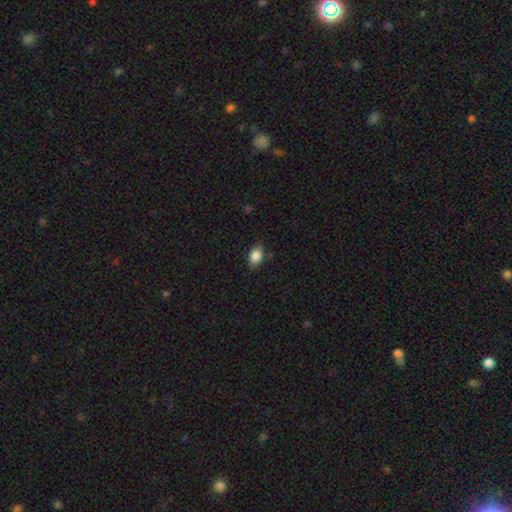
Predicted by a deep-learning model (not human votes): Morphology: type=smooth (86%); roundness=in between (81%); merging=none (80%).